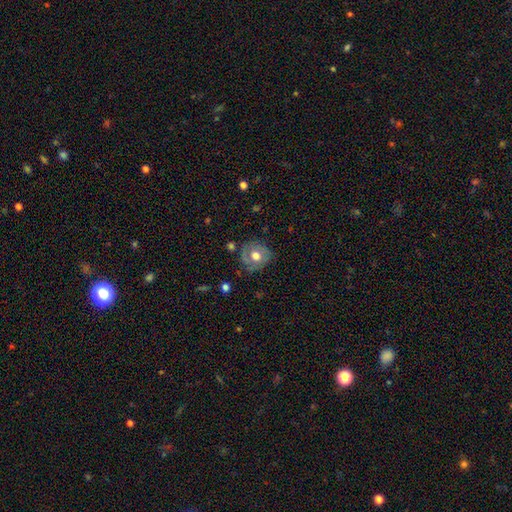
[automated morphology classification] The model was most divided on "smooth or featured": featured or disk: 46%, smooth: 45%, star or artifact: 9%. More confident: merging — none (71%).